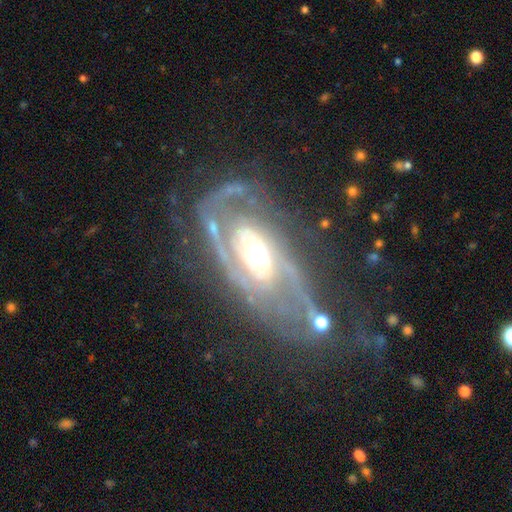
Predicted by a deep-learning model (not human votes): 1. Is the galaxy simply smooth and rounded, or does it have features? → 88% featured or disk, 6% smooth, 6% star or artifact.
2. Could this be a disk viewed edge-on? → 93% no, 7% yes.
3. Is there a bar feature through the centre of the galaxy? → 54% no, 28% weak, 17% strong.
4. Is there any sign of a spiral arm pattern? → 92% yes, 8% no.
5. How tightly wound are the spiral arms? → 42% tight, 38% medium, 20% loose.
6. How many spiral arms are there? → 55% 2, 17% can't tell, 11% 3, 8% 1, 5% 4, 5% more than 4.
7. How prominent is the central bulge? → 62% moderate, 21% large, 13% small, 2% dominant, 2% none.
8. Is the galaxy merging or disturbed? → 47% none, 27% major disturbance, 19% minor disturbance, 7% merger.